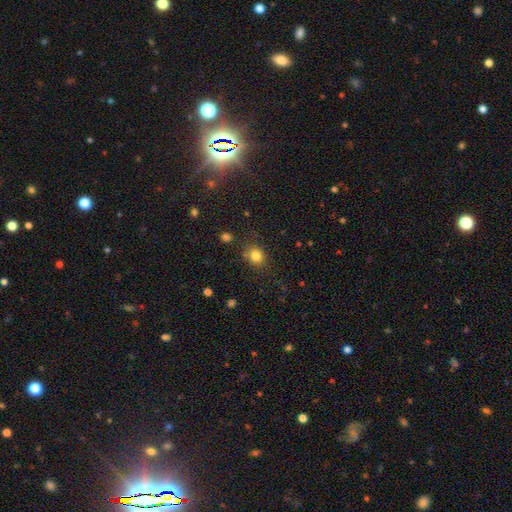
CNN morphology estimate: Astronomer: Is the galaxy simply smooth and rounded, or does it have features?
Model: smooth — 81%.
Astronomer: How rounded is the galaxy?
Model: round — 65%.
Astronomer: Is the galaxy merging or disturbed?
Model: none — 79%.